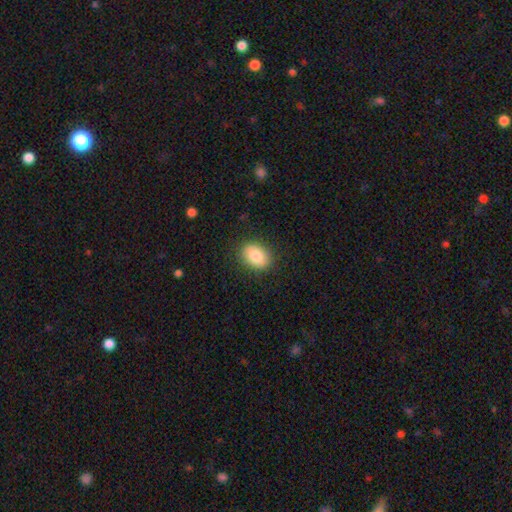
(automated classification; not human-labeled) Smooth or featured: smooth — 84% (featured or disk — 9%)
How rounded: in between — 71% (round — 28%)
Merging: none — 88% (minor disturbance — 9%)